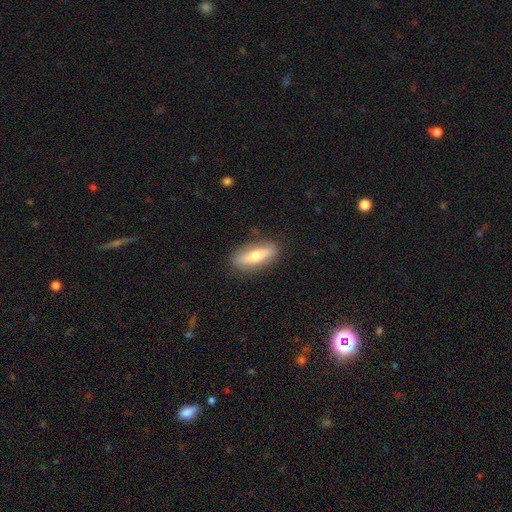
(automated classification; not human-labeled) Morphology: type=smooth (55%); roundness=in between (53%); merging=none (86%).